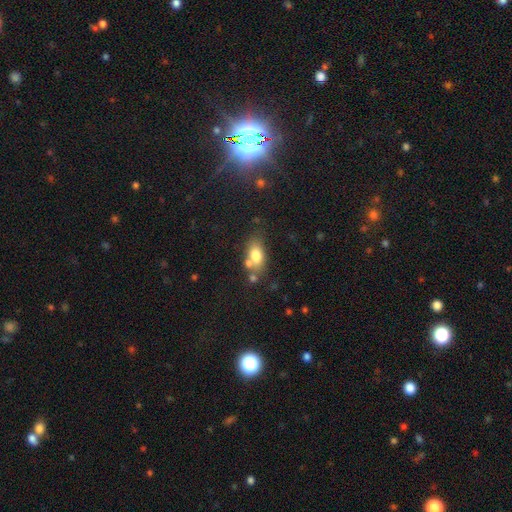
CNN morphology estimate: Smooth or featured: smooth — 74% (featured or disk — 17%)
How rounded: in between — 82% (round — 12%)
Merging: none — 54% (merger — 23%)